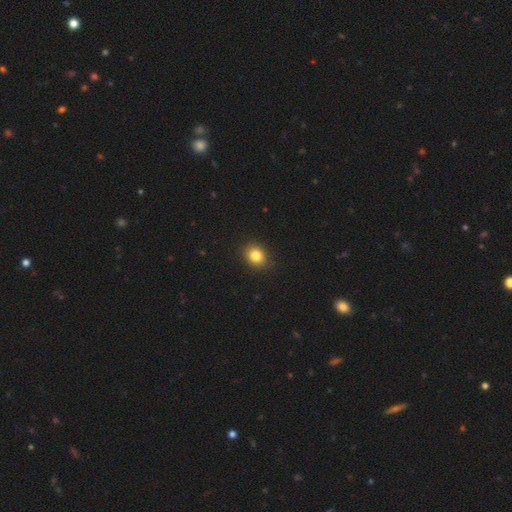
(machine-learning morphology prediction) This appears to be a smooth galaxy with no disk features (83%) that is round (59%). Merging: none (90%).